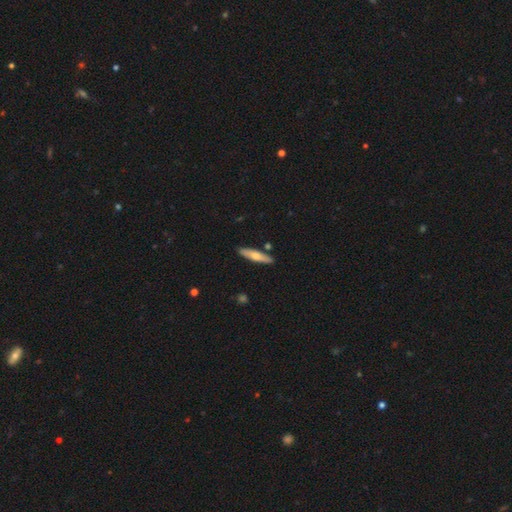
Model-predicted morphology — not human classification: smooth_or_featured: smooth (p=0.58) [alt: featured or disk p=0.36]
how_rounded: cigar-shaped (p=0.80) [alt: in between p=0.19]
merging: none (p=0.87) [alt: minor disturbance p=0.08]